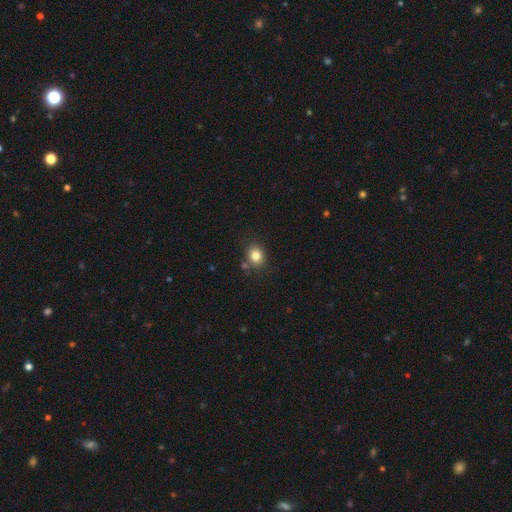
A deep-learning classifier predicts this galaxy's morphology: This appears to be a smooth galaxy with no disk features (82%) that is round (63%). Merging: none (77%).